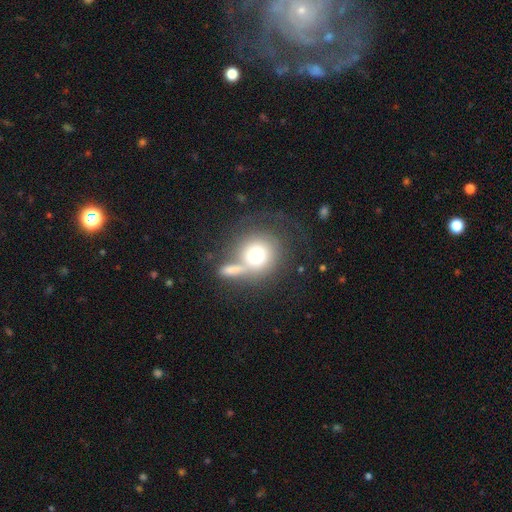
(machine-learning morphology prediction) A smooth galaxy with no disk features (66%) that is round (83%).

Vote fractions:
- Smooth or featured? smooth: 66% / featured or disk: 26% / star or artifact: 8%
- How rounded? round: 83% / in between: 15% / cigar-shaped: 2%
- Merging? merger: 38% / none: 34% / major disturbance: 15% / minor disturbance: 13%